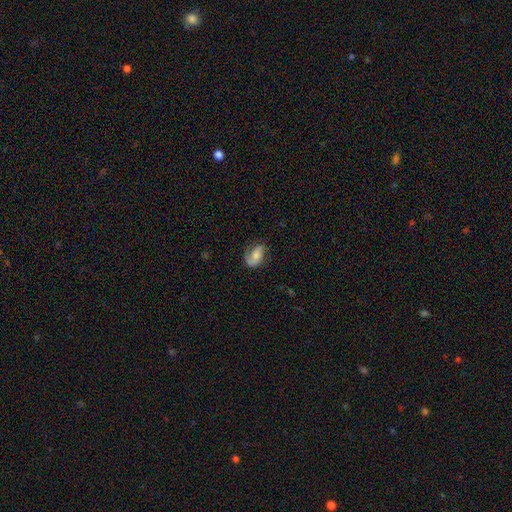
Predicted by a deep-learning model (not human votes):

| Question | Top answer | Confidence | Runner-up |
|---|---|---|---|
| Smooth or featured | featured or disk | 57% | smooth (36%) |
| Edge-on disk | no | 96% | yes (4%) |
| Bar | no | 58% | weak (31%) |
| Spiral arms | yes | 89% | no (11%) |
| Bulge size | moderate | 49% | small (38%) |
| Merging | none | 63% | minor disturbance (24%) |